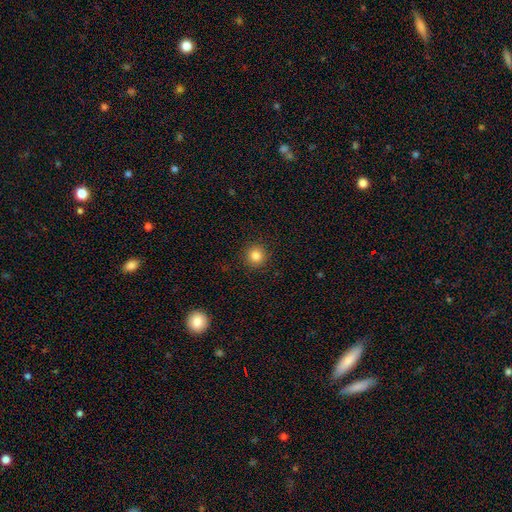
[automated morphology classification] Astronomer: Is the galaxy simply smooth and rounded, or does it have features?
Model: smooth — 85%.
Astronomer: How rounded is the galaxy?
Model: round — 94%.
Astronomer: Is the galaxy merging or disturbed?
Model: none — 91%.